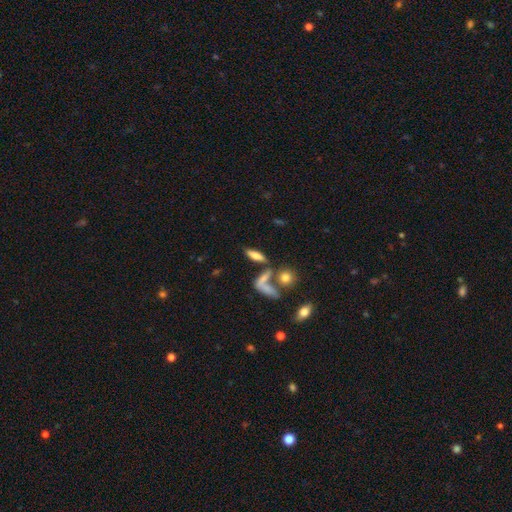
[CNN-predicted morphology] Q: Smooth or featured?
A: smooth (66%); runner-up: featured or disk (23%)
Q: How rounded?
A: cigar-shaped (48%); runner-up: in between (47%)
Q: Merging?
A: none (50%); runner-up: merger (29%)